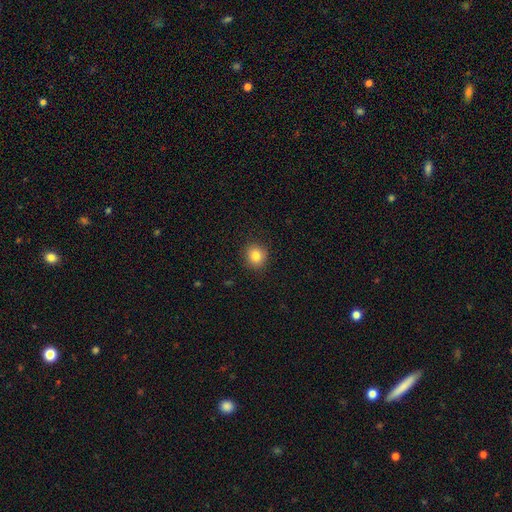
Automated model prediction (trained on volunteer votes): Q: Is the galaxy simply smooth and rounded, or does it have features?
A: smooth — 83%.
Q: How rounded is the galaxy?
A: round — 86%.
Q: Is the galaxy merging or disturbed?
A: none — 90%.